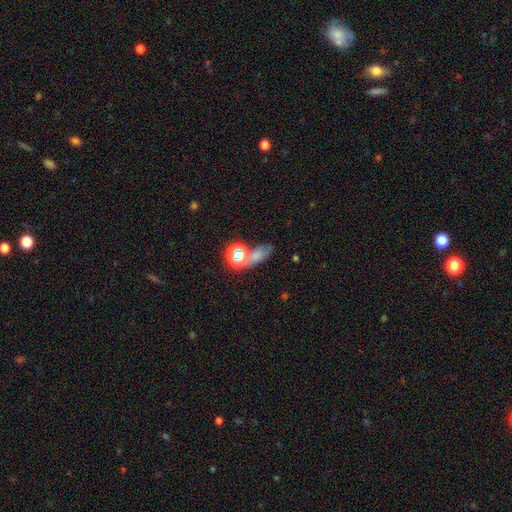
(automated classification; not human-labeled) Smooth or featured? smooth (57%)
How rounded? in between (64%)
Merging? none (48%)